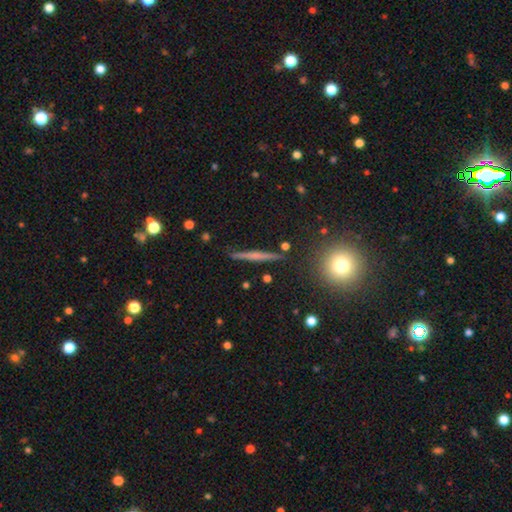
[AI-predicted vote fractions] This is possibly a featured or disk galaxy (57%). It is clearly viewed edge-on (97%). Edge-on bulge: possibly none (60%). Merging: clearly none (90%).